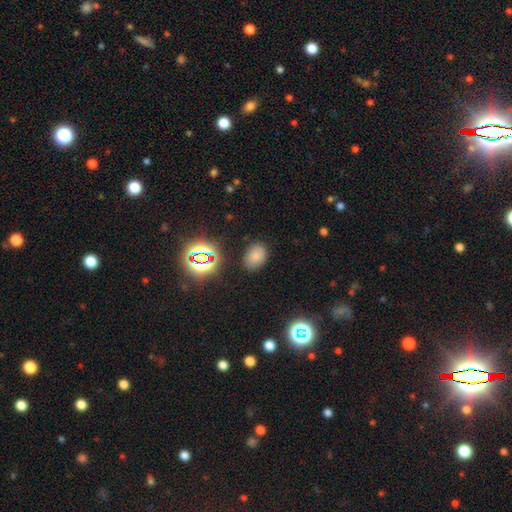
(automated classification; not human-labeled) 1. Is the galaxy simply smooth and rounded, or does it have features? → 72% smooth, 20% star or artifact, 8% featured or disk.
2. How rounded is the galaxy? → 78% in between, 21% round, 1% cigar-shaped.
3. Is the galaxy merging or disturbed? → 82% none, 12% minor disturbance, 4% major disturbance, 2% merger.